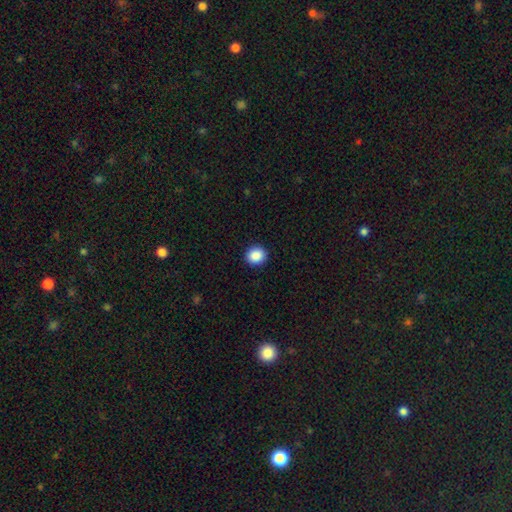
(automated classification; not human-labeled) This is clearly a smooth galaxy (88%). How rounded: clearly round (85%). Merging: clearly none (92%).